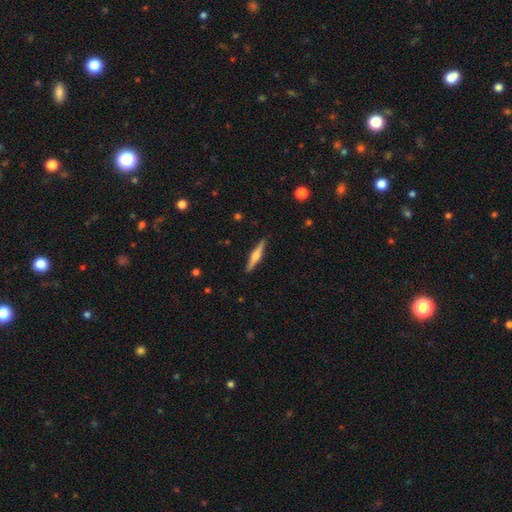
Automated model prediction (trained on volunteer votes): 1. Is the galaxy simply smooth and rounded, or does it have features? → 62% featured or disk, 32% smooth, 6% star or artifact.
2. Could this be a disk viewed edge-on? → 98% yes, 2% no.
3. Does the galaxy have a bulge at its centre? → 83% rounded, 11% boxy, 7% none.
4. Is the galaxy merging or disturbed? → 91% none, 6% minor disturbance, 1% major disturbance, 1% merger.